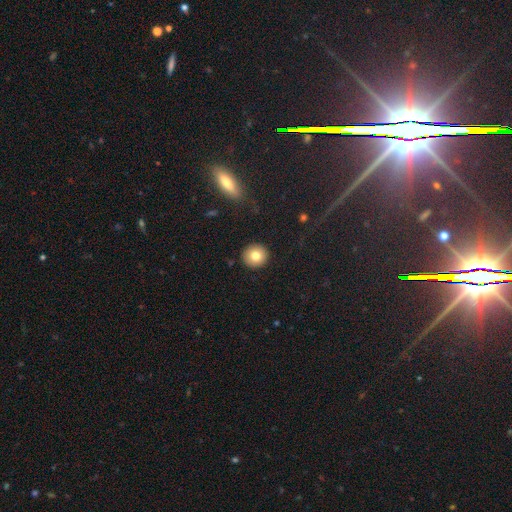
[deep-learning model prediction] This is likely a smooth galaxy (79%). How rounded: clearly round (92%). Merging: clearly none (91%).